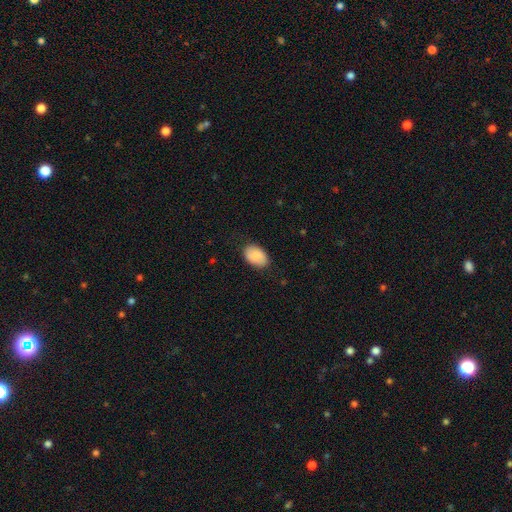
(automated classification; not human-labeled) A smooth galaxy with no disk features (86%) that is in between round and cigar-shaped (88%).

Vote fractions:
- Smooth or featured? smooth: 86% / featured or disk: 8% / star or artifact: 6%
- How rounded? in between: 88% / round: 11% / cigar-shaped: 1%
- Merging? none: 83% / minor disturbance: 13% / major disturbance: 3% / merger: 1%